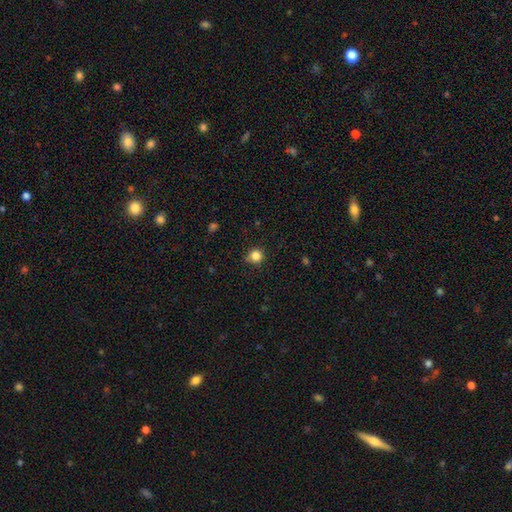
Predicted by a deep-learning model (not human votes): smooth 84%, star or artifact 12%, featured or disk 4%. Down the decision tree: how rounded — round (92%); merging — none (86%).